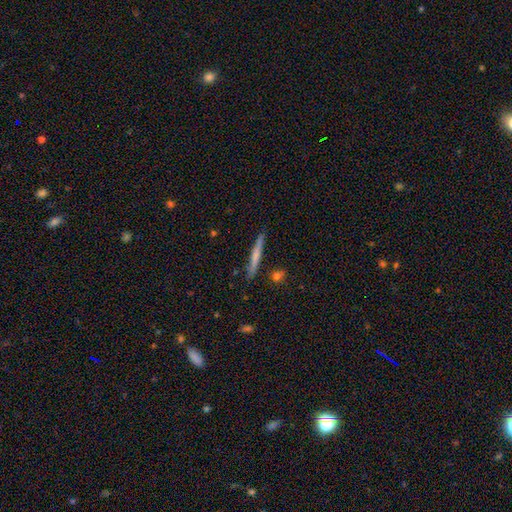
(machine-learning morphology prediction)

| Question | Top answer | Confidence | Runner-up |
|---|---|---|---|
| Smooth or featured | smooth | 56% | featured or disk (38%) |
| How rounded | cigar-shaped | 96% | in between (3%) |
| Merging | none | 87% | minor disturbance (9%) |